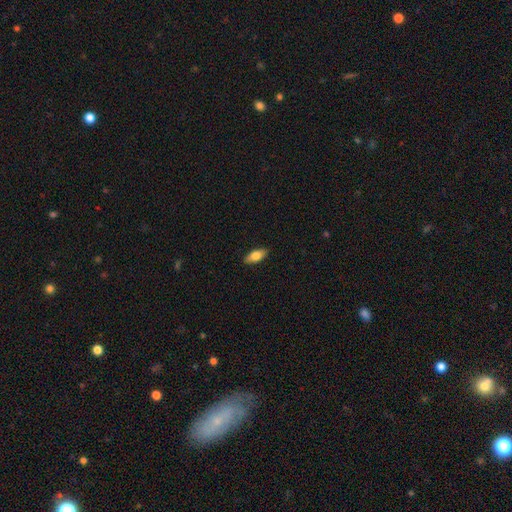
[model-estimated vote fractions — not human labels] Morphology: type=smooth (76%); roundness=in between (81%); merging=none (89%).